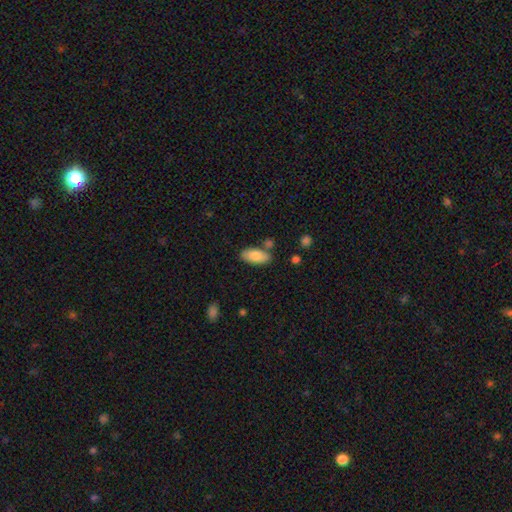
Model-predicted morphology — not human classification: This is clearly a smooth galaxy (82%). How rounded: clearly in between (87%). Merging: likely none (76%).